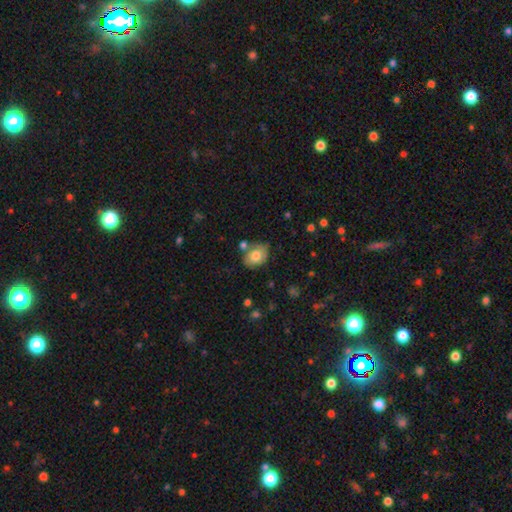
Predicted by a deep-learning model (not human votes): A smooth galaxy with no disk features (77%) that is in between round and cigar-shaped (62%). Merging: none (64%).